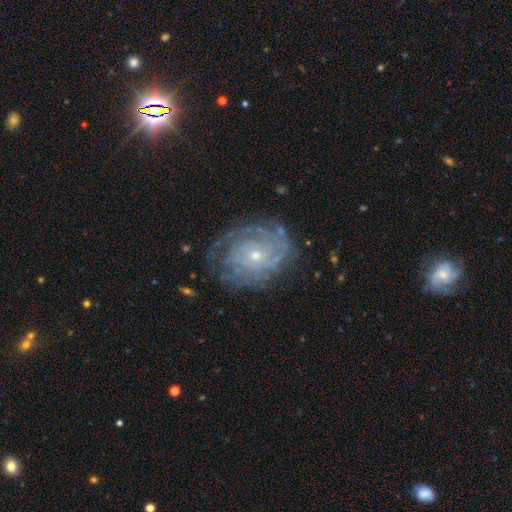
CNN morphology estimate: featured or disk 81%, smooth 11%, star or artifact 8%. Down the decision tree: edge-on disk — no (97%); bar — no (81%); spiral arms — yes (91%); spiral arm count — can't tell (47%); spiral winding — tight (75%); bulge size — small (72%); merging — none (71%).